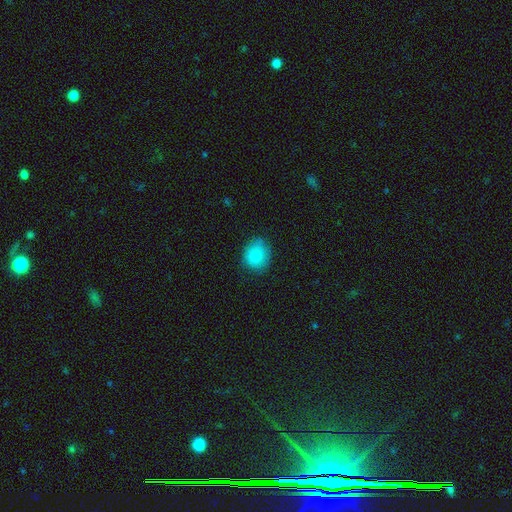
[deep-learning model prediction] Overall: smooth (85%). How rounded: round (66%; in between 33%). Merging: none (76%).